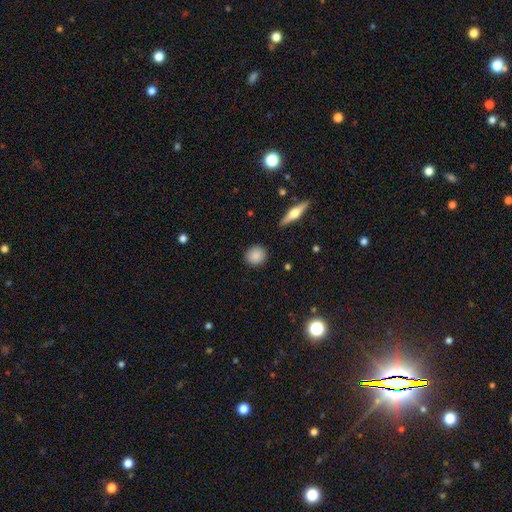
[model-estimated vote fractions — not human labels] smooth_or_featured: smooth (p=0.86) [alt: star or artifact p=0.07]
how_rounded: round (p=0.88) [alt: in between p=0.10]
merging: none (p=0.90) [alt: minor disturbance p=0.07]